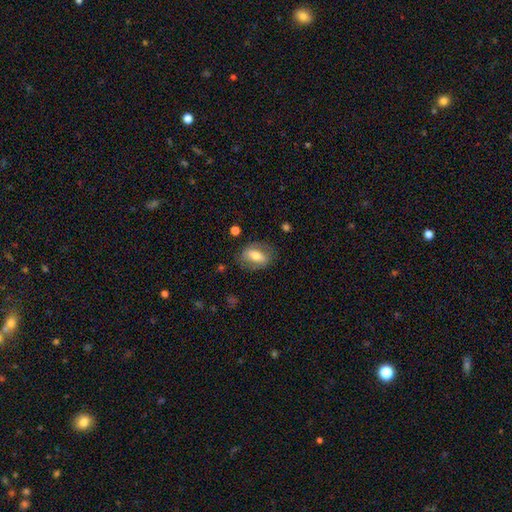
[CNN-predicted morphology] A smooth galaxy with no disk features (57%) that is in between round and cigar-shaped (79%).

Vote fractions:
- Smooth or featured? smooth: 57% / featured or disk: 36% / star or artifact: 7%
- How rounded? in between: 79% / round: 16% / cigar-shaped: 5%
- Merging? none: 75% / minor disturbance: 17% / major disturbance: 7% / merger: 2%